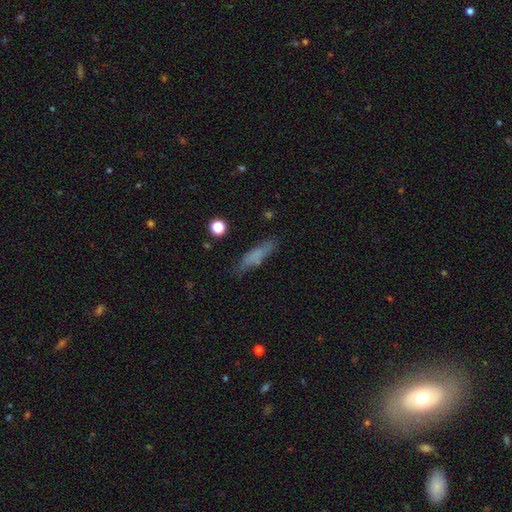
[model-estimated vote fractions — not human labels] This is likely a smooth galaxy (69%). How rounded: likely cigar-shaped (74%). Merging: likely none (75%).